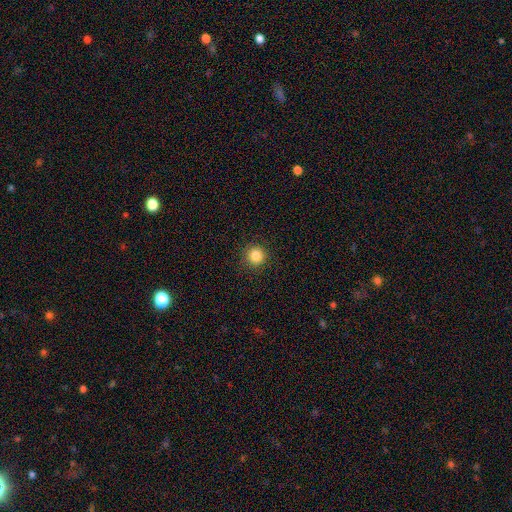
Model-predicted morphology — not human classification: Q: Smooth or featured?
A: smooth (84%); runner-up: star or artifact (11%)
Q: How rounded?
A: round (94%); runner-up: in between (5%)
Q: Merging?
A: none (91%); runner-up: minor disturbance (6%)